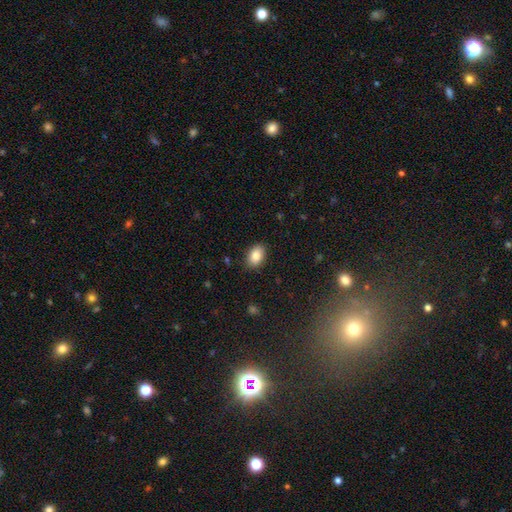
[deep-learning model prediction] A smooth galaxy with no disk features (87%) that is in between round and cigar-shaped (88%). Merging: none (87%).